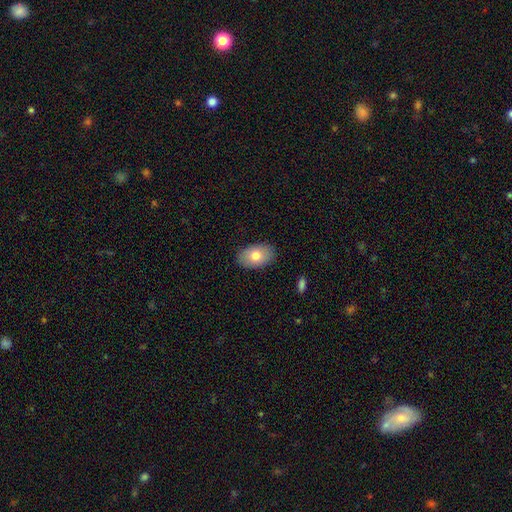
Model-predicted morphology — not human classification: smooth 76%, featured or disk 17%, star or artifact 7%. Down the decision tree: how rounded — in between (91%); merging — none (87%).